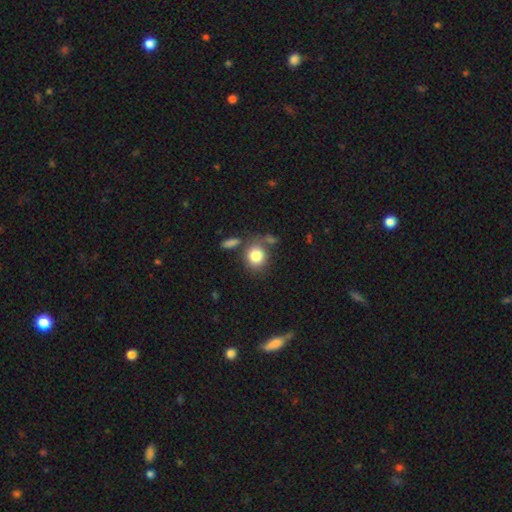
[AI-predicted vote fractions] smooth_or_featured: smooth (p=0.84) [alt: star or artifact p=0.08]
how_rounded: round (p=0.73) [alt: in between p=0.26]
merging: none (p=0.62) [alt: merger p=0.16]